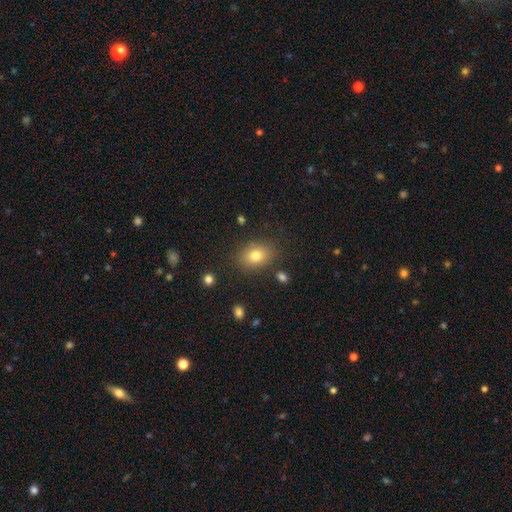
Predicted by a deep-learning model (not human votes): smooth_or_featured: smooth (p=0.80) [alt: star or artifact p=0.11]
how_rounded: in between (p=0.68) [alt: round p=0.31]
merging: none (p=0.83) [alt: minor disturbance p=0.11]